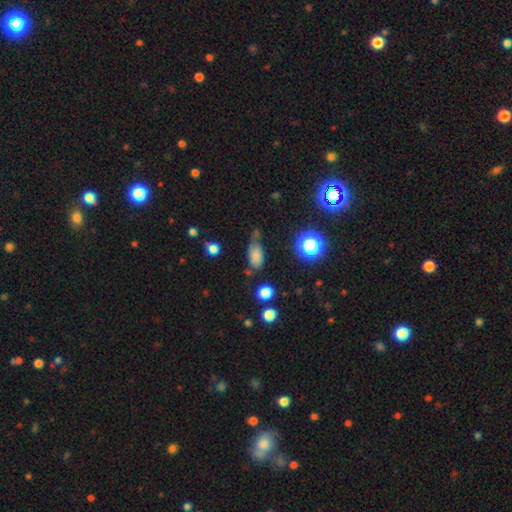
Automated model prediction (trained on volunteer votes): This appears to be a smooth galaxy with no disk features (75%) that is in between round and cigar-shaped (85%). Merging: none (40%).